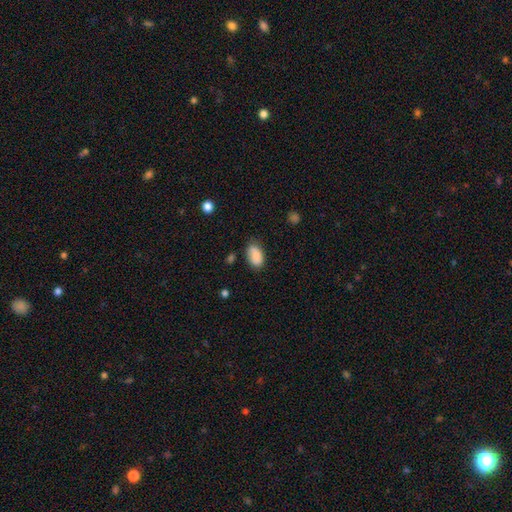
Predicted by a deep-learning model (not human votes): A smooth galaxy with no disk features (81%) that is in between round and cigar-shaped (92%). Merging: none (70%).